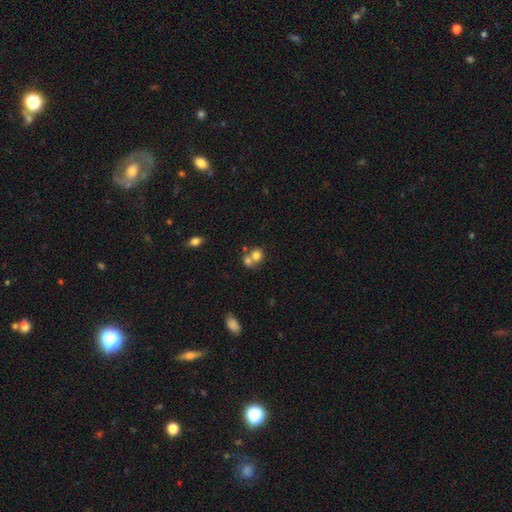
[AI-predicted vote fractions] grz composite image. It shows a smooth galaxy with no disk features (74%) that is round (75%). Merging: merger (57%).